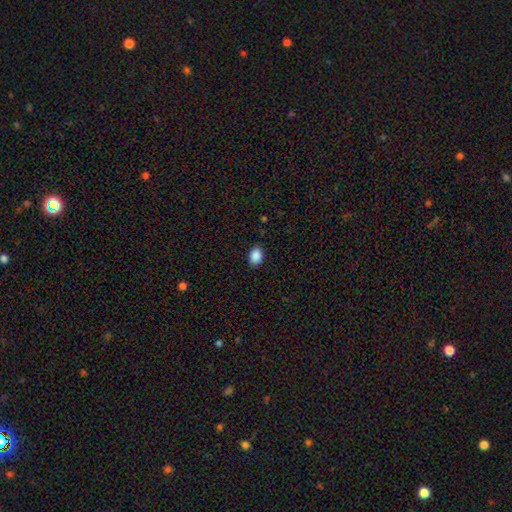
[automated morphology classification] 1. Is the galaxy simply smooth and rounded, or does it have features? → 89% smooth, 8% star or artifact, 3% featured or disk.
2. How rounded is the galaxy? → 75% in between, 24% round, 1% cigar-shaped.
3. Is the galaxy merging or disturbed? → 87% none, 10% minor disturbance, 2% major disturbance, 1% merger.